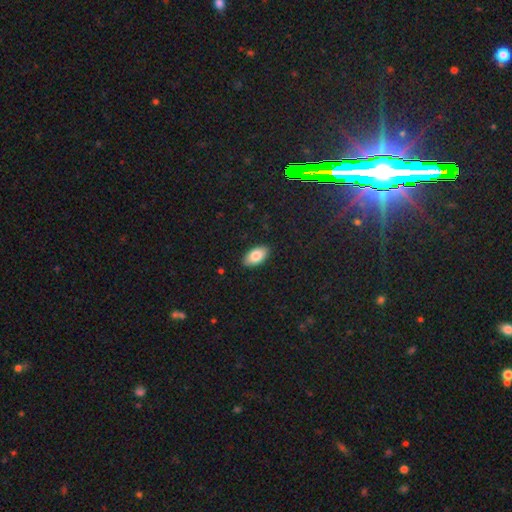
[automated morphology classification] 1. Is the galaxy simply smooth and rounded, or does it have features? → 82% smooth, 11% featured or disk, 7% star or artifact.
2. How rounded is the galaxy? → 94% in between, 3% round, 3% cigar-shaped.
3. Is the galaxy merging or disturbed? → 89% none, 8% minor disturbance, 2% major disturbance, 1% merger.